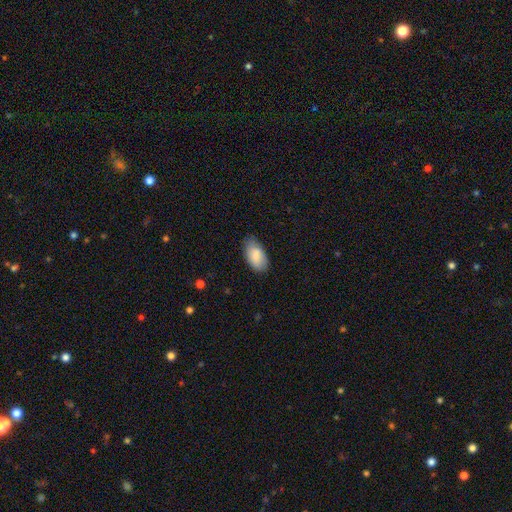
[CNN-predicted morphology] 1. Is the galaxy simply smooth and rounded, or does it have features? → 87% smooth, 7% featured or disk, 6% star or artifact.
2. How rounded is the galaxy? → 95% in between, 3% round, 2% cigar-shaped.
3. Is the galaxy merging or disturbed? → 70% none, 25% minor disturbance, 4% major disturbance, 1% merger.